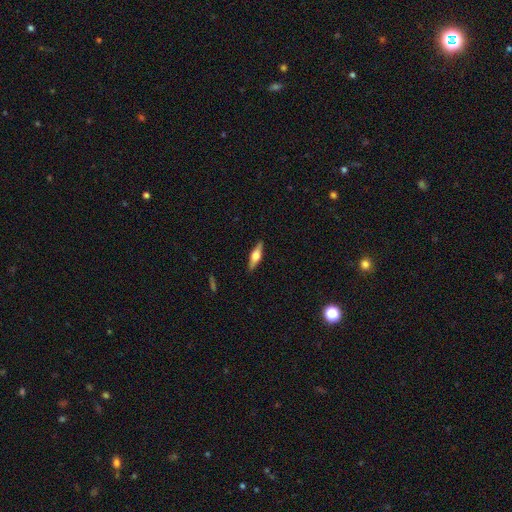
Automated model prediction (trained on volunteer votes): Overall: featured or disk (60%; smooth 35%). Edge-on disk: yes (95%). Edge-on bulge: rounded (92%). Merging: none (89%).